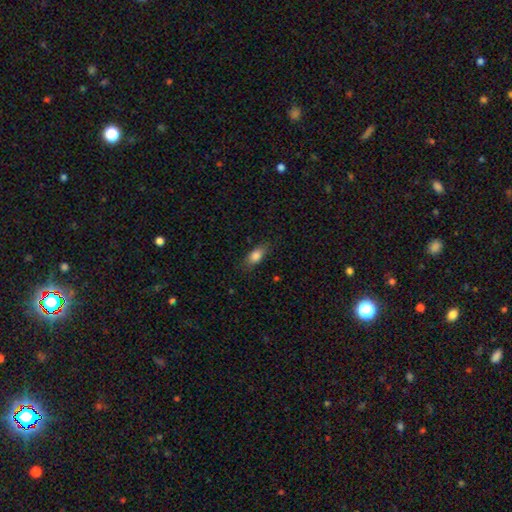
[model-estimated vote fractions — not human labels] Smooth or featured: smooth — 83% (featured or disk — 9%)
How rounded: in between — 84% (cigar-shaped — 11%)
Merging: none — 79% (minor disturbance — 16%)